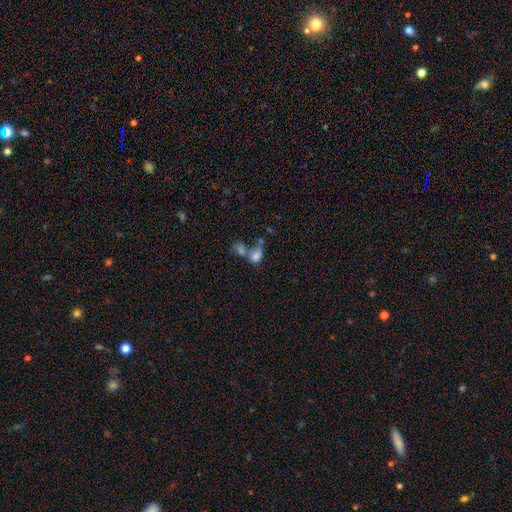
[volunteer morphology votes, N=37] Smooth or featured?
  - smooth: 76% *
  - featured or disk: 19%
  - star or artifact: 5%
How rounded?
  - in between: 64% *
  - round: 36%
  - cigar-shaped: 0%
Merging?
  - merger: 66% *
  - none: 17%
  - major disturbance: 14%
  - minor disturbance: 3%